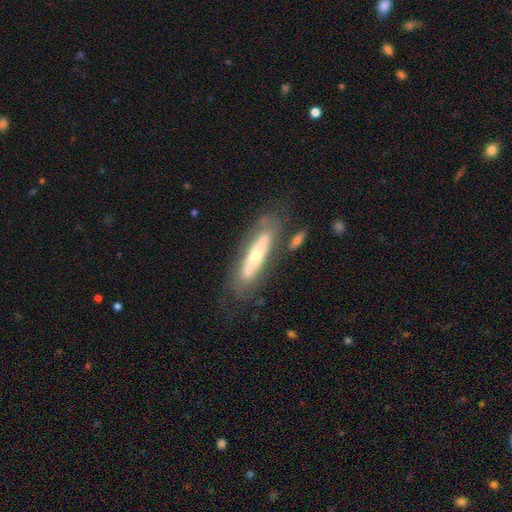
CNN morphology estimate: Q: Smooth or featured?
A: featured or disk (60%); runner-up: smooth (34%)
Q: Edge-on disk?
A: no (60%); runner-up: yes (40%)
Q: Merging?
A: none (66%); runner-up: minor disturbance (18%)